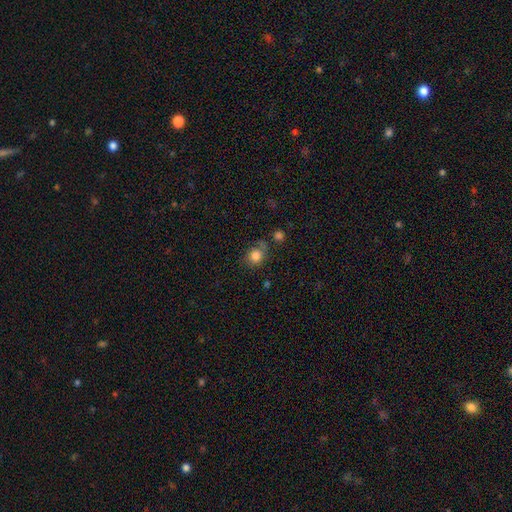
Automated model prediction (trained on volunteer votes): smooth-or-featured: smooth: 81% | star or artifact: 11% | featured or disk: 8%
  how-rounded: round: 74% | in between: 25% | cigar-shaped: 1%
  merging: none: 61% | minor disturbance: 22% | major disturbance: 9% | merger: 9%